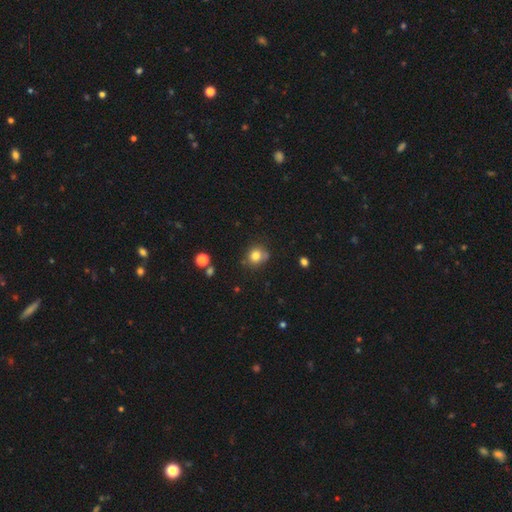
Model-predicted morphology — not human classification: smooth_or_featured: smooth (p=0.80) [alt: star or artifact p=0.12]
how_rounded: round (p=0.75) [alt: in between p=0.24]
merging: none (p=0.68) [alt: minor disturbance p=0.21]